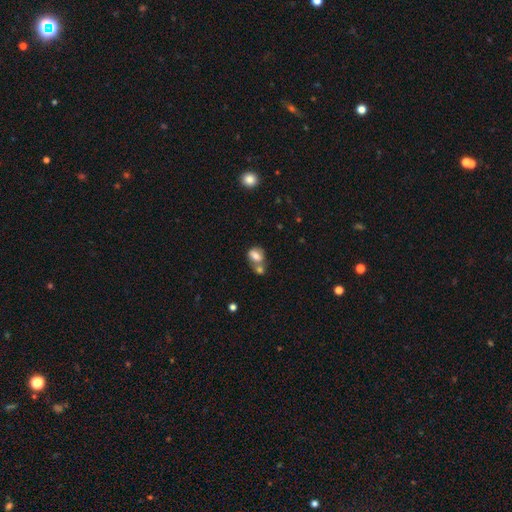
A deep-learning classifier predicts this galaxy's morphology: Smooth or featured?
  - smooth: 70% *
  - featured or disk: 20%
  - star or artifact: 9%
How rounded?
  - in between: 63% *
  - round: 35%
  - cigar-shaped: 2%
Merging?
  - merger: 48% *
  - none: 34%
  - minor disturbance: 13%
  - major disturbance: 6%